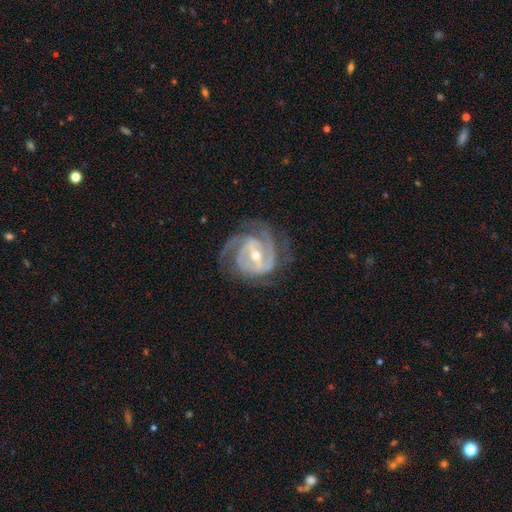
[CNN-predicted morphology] smooth-or-featured: featured or disk: 91% | star or artifact: 4% | smooth: 4%
  disk-edge-on: no: 97% | yes: 3%
    bar: strong: 45% | weak: 40% | no: 15%
    has-spiral-arms: yes: 97% | no: 3%
      spiral-winding: tight: 59% | medium: 35% | loose: 6%
      spiral-arm-count: 3: 37% | 2: 32% | can't tell: 13% | 4: 8% | 1: 5% | more than 4: 4%
    bulge-size: moderate: 55% | small: 42% | large: 2% | none: 1% | dominant: 1%
  merging: none: 69% | minor disturbance: 18% | major disturbance: 11% | merger: 1%